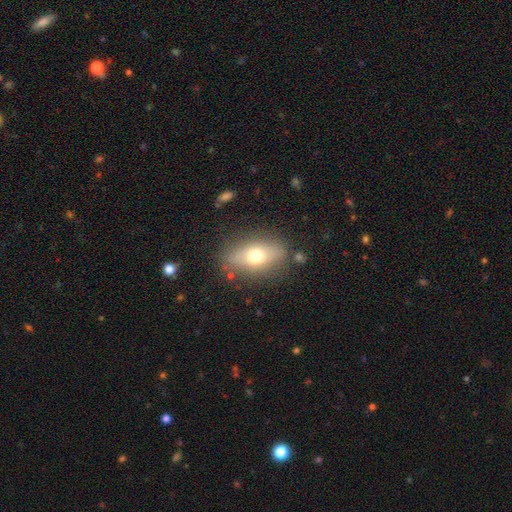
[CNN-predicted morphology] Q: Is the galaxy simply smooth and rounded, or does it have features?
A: smooth — 61%.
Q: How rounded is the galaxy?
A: in between — 80%.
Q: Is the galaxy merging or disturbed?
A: none — 81%.